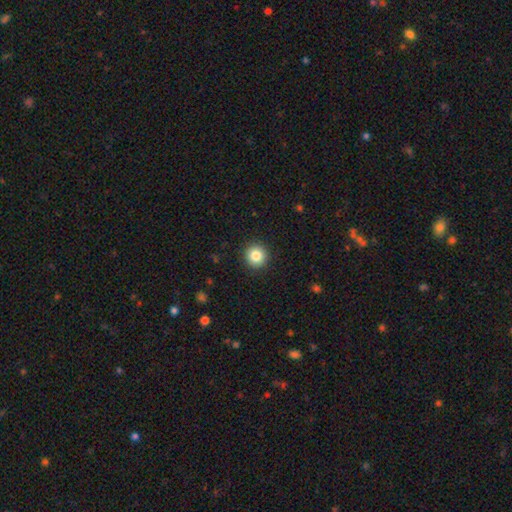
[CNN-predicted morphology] Smooth or featured: smooth — 85% (star or artifact — 10%)
How rounded: round — 94% (in between — 5%)
Merging: none — 92% (minor disturbance — 5%)